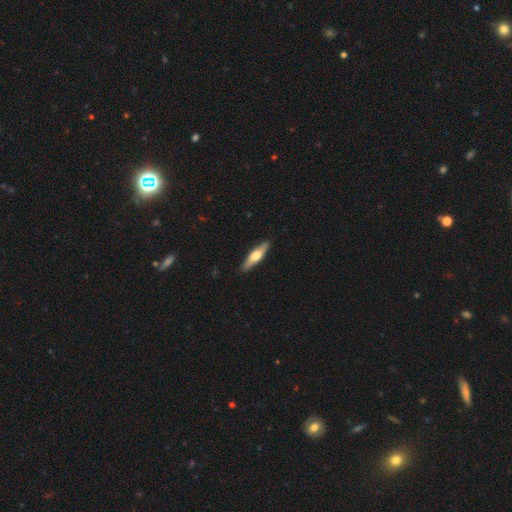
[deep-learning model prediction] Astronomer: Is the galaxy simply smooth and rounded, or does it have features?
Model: featured or disk — 48% (runner-up: smooth, 47%).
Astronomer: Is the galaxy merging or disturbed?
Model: none — 89%.